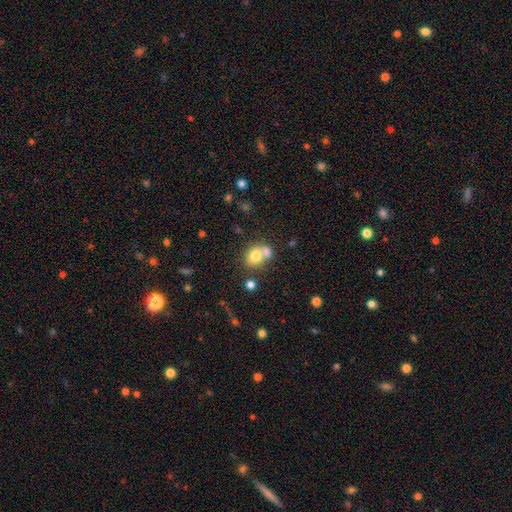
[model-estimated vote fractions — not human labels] A smooth galaxy with no disk features (75%) that is round (62%). Merging: merger (44%).